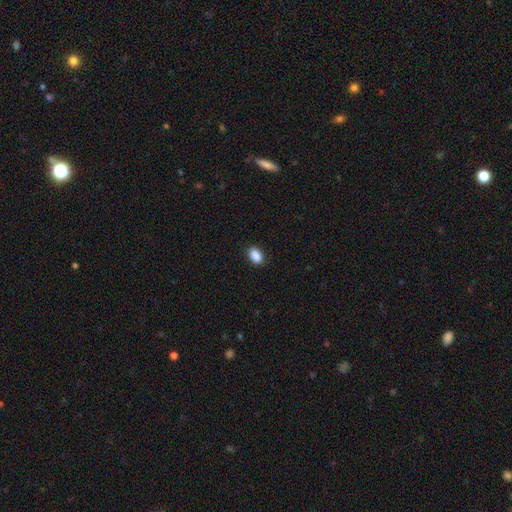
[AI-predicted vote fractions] smooth-or-featured: smooth: 90% | star or artifact: 8% | featured or disk: 3%
  how-rounded: in between: 88% | round: 11% | cigar-shaped: 2%
  merging: none: 88% | minor disturbance: 9% | major disturbance: 2% | merger: 1%